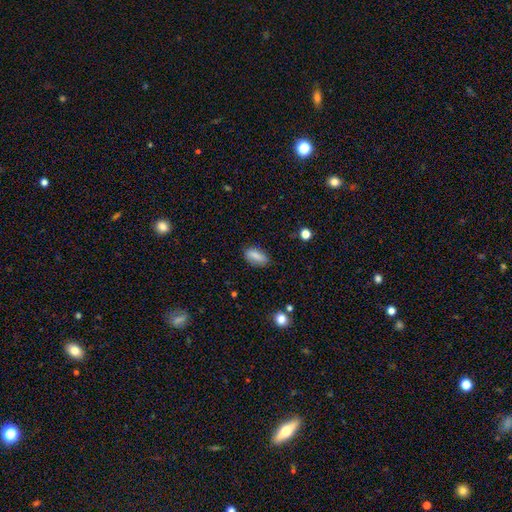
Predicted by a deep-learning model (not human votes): Overall: smooth (83%). How rounded: in between (80%). Merging: none (80%).